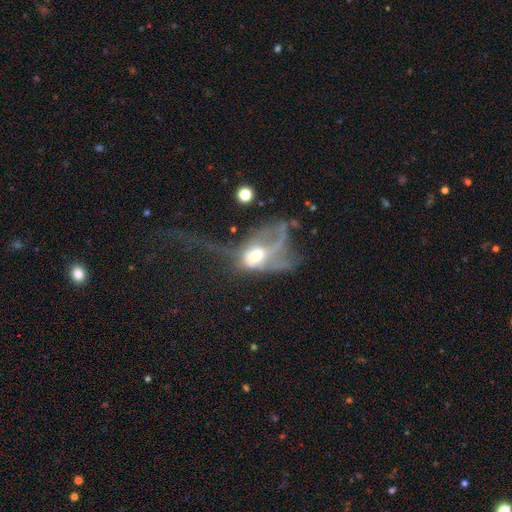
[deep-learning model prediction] Smooth or featured? Predicted: featured or disk (p=0.55). Edge-on disk? Predicted: no (p=0.92). Bar? Predicted: no (p=0.74). Spiral arms? Predicted: no (p=0.66). Bulge size? Predicted: moderate (p=0.59). Merging? Predicted: major disturbance (p=0.68).